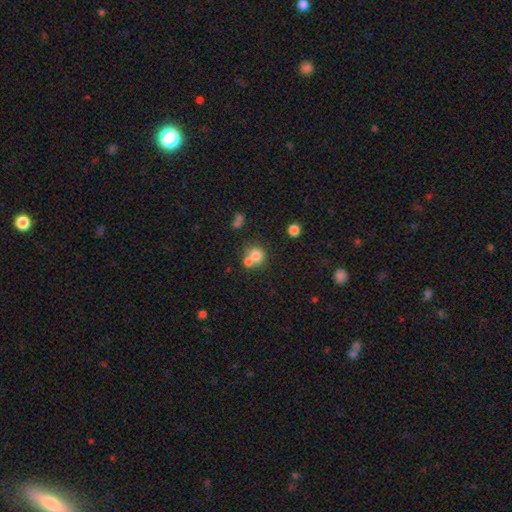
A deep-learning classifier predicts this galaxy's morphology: type=smooth (75%); roundness=round (83%); merging=merger (47%).